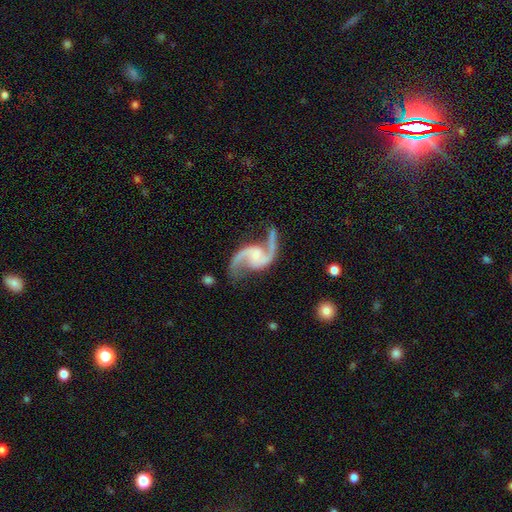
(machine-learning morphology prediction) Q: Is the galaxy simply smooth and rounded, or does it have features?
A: featured or disk — 93%.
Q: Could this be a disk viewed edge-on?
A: no — 98%.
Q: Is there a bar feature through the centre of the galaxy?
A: no — 50%.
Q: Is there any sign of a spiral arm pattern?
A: yes — 98%.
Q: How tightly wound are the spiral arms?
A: loose — 73%.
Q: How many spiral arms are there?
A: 2 — 94%.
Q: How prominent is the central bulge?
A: small — 39%.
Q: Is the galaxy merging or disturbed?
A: none — 72%.